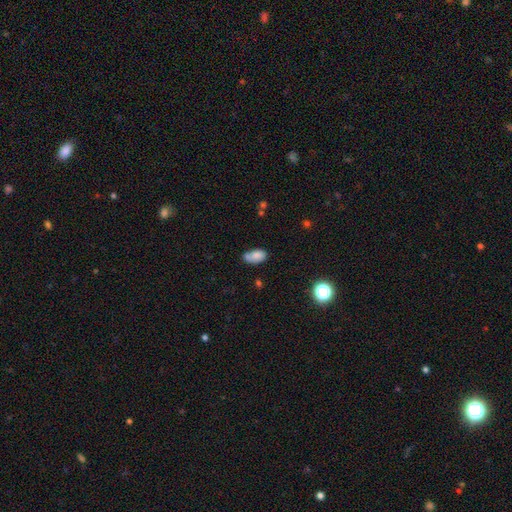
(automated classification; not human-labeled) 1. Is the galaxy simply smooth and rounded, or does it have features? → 76% smooth, 15% featured or disk, 10% star or artifact.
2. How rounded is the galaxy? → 91% in between, 7% round, 2% cigar-shaped.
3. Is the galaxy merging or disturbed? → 48% none, 26% minor disturbance, 17% merger, 8% major disturbance.